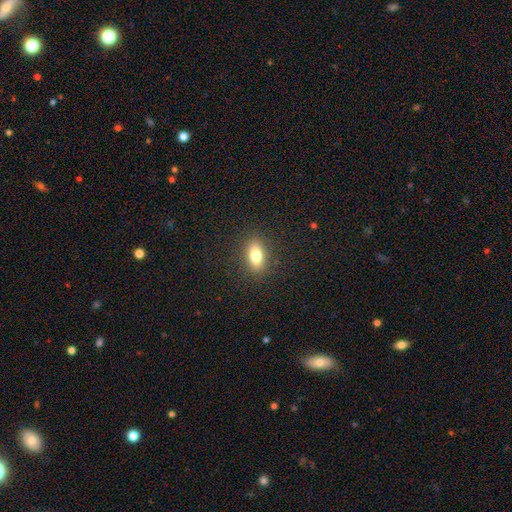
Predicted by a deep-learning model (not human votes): smooth 78%, featured or disk 12%, star or artifact 9%. Down the decision tree: how rounded — in between (84%); merging — none (88%).